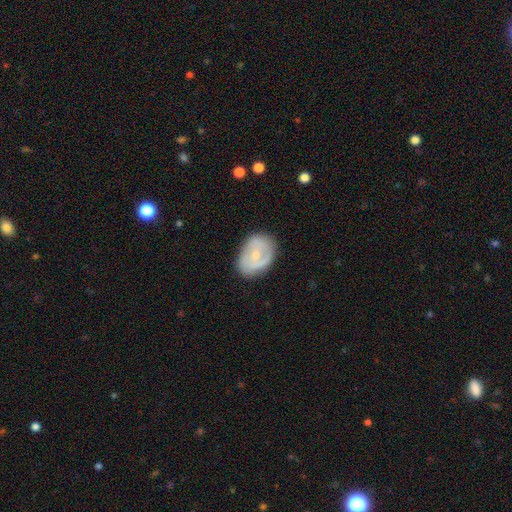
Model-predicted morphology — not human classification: Smooth or featured? featured or disk (58%)
Edge-on disk? no (96%)
Bar? no (50%)
Spiral arms? yes (66%)
Bulge size? small (58%)
Merging? none (72%)